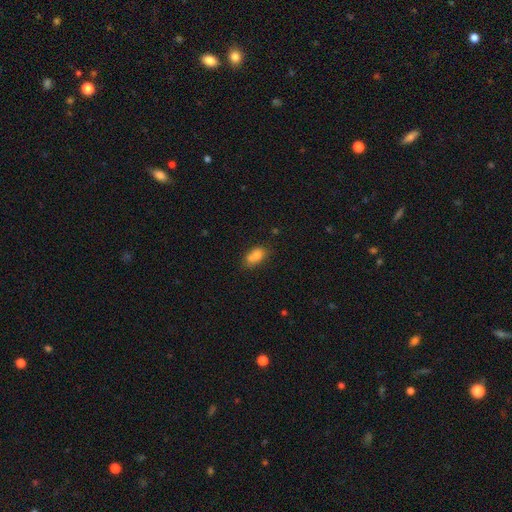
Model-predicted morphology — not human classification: Smooth or featured? smooth (75%)
How rounded? in between (80%)
Merging? none (43%)